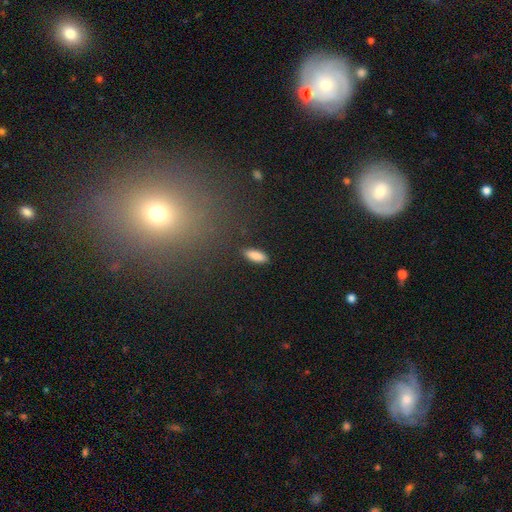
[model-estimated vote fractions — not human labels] smooth 87%, star or artifact 7%, featured or disk 6%. Down the decision tree: how rounded — in between (69%); merging — none (86%).